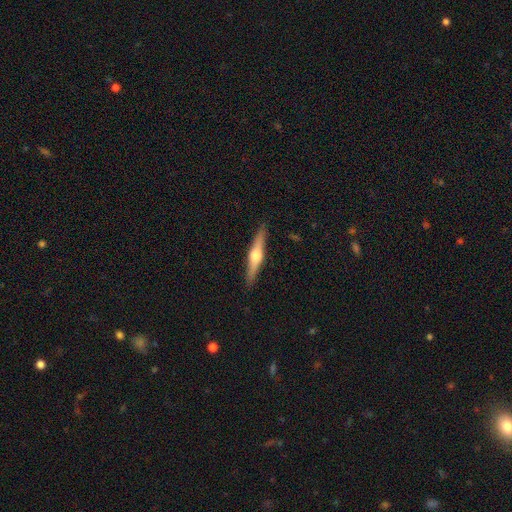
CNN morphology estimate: Smooth or featured? featured or disk (67%)
Edge-on disk? yes (97%)
Edge-on bulge? rounded (93%)
Merging? none (90%)